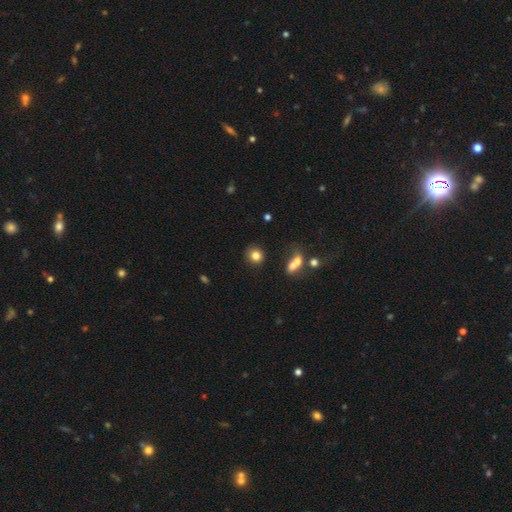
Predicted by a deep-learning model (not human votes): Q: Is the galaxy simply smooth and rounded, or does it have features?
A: smooth — 82%.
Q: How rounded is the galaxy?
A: round — 87%.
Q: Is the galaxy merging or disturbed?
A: none — 82%.